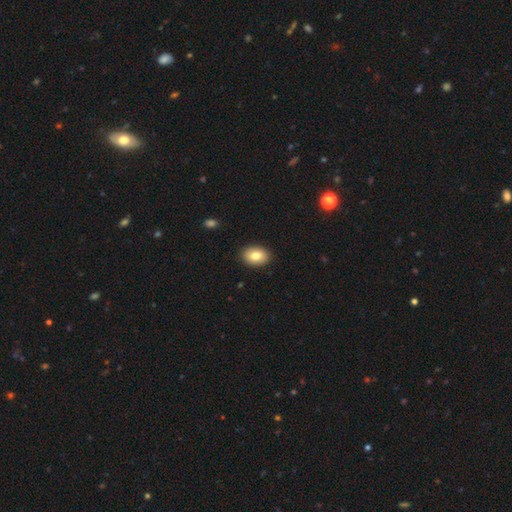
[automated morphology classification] Smooth or featured: smooth — 81% (featured or disk — 11%)
How rounded: in between — 82% (round — 17%)
Merging: none — 90% (minor disturbance — 8%)